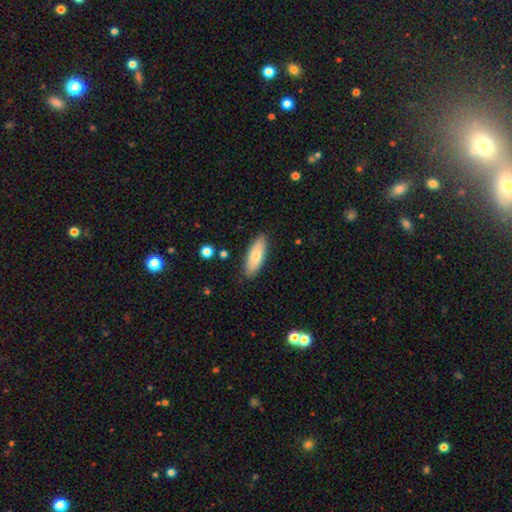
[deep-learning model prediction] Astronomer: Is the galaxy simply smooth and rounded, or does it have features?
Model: smooth — 74%.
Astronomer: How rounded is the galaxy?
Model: in between — 71%.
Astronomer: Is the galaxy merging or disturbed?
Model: none — 87%.